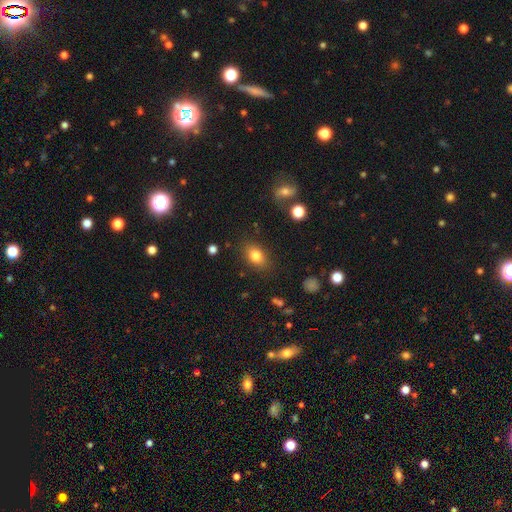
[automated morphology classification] This appears to be a smooth galaxy with no disk features (81%) that is in between round and cigar-shaped (76%). Merging: none (83%).